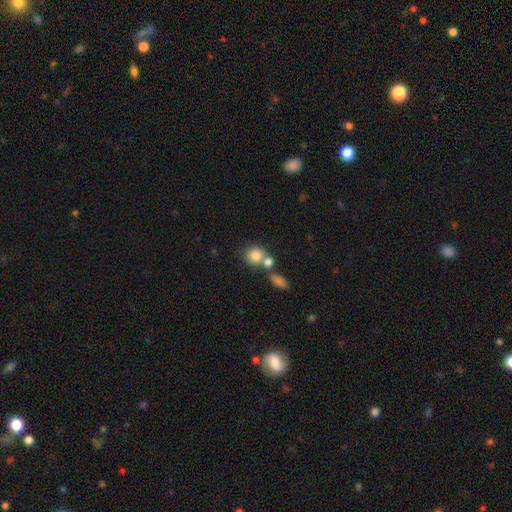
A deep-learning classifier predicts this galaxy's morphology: The model was most divided on "merging": none: 50%, merger: 38%, minor disturbance: 9%, major disturbance: 4%. More confident: smooth or featured — smooth (81%); how rounded — round (79%).